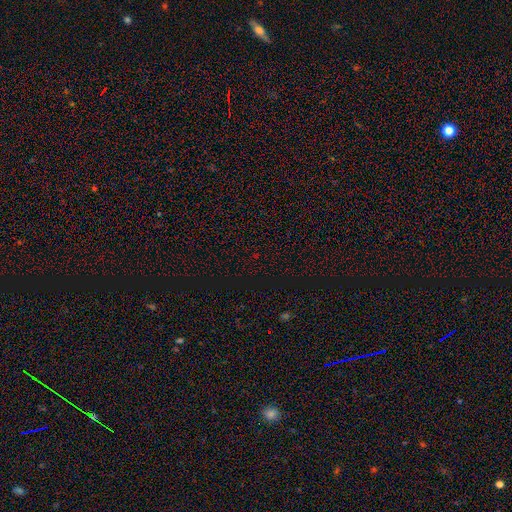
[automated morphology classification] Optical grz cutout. It shows a star or artifact, not a galaxy (71%).